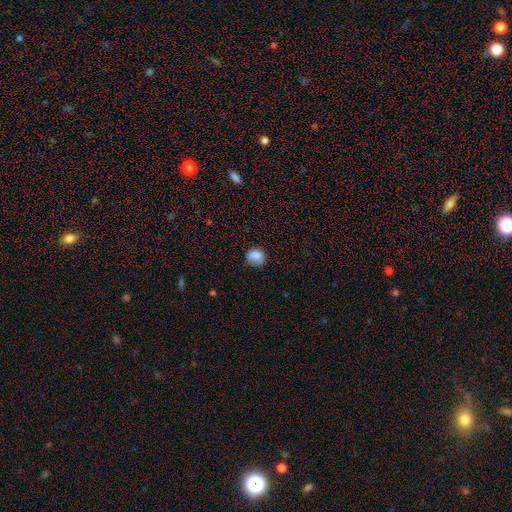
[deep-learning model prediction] smooth 84%, star or artifact 9%, featured or disk 6%. Down the decision tree: how rounded — round (69%); merging — none (68%).